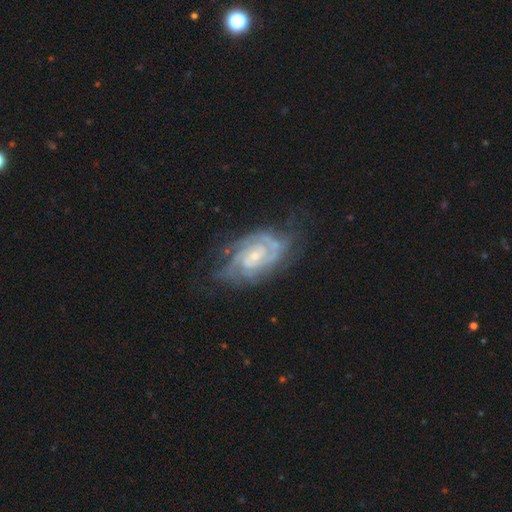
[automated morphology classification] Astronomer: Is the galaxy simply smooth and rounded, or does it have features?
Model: featured or disk — 87%.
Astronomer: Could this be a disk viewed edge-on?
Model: no — 96%.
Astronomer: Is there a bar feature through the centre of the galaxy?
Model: no — 57% (runner-up: weak, 35%).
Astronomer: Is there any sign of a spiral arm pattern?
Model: yes — 96%.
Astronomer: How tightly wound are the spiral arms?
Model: tight — 63%.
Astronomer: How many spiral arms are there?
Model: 2 — 38% (runner-up: can't tell, 26%).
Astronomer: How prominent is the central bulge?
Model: small — 64%.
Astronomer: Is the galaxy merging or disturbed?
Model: none — 64%.